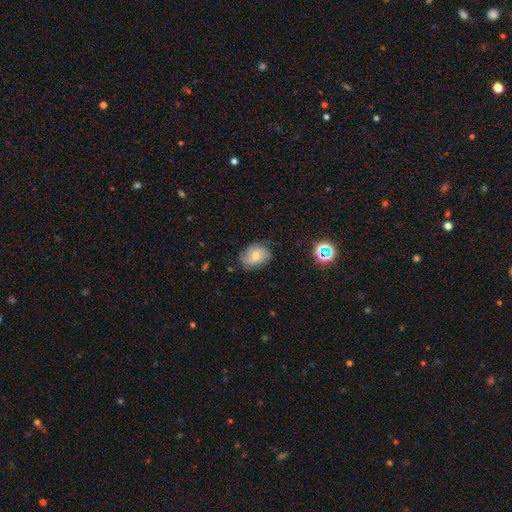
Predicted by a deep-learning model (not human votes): A smooth galaxy with no disk features (50%). Merging: none (69%).